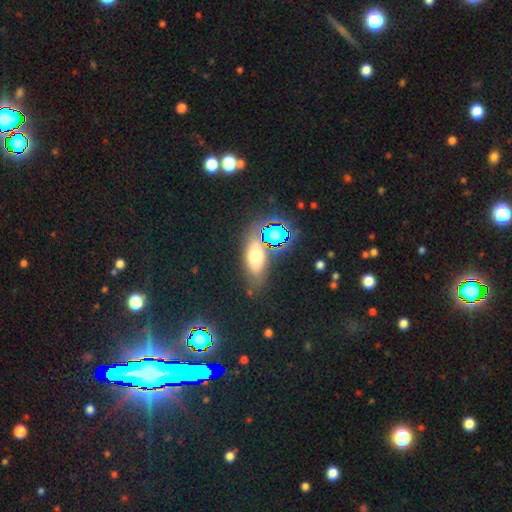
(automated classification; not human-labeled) This appears to be a smooth galaxy with no disk features (55%) that is in between round and cigar-shaped (70%). Merging: none (74%).